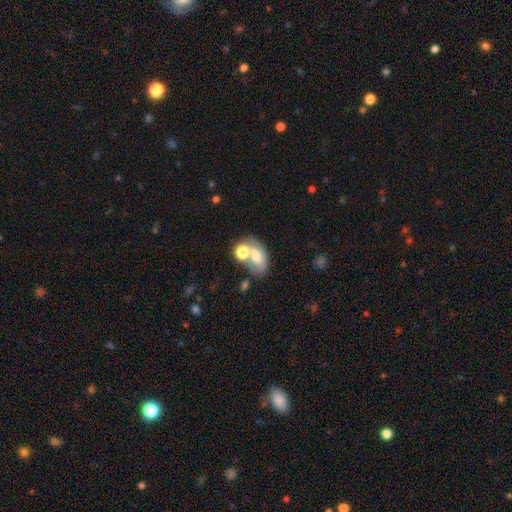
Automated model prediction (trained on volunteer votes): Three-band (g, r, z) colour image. It shows a smooth galaxy with no disk features (57%) that is in between round and cigar-shaped (80%). Merging: merger (44%).